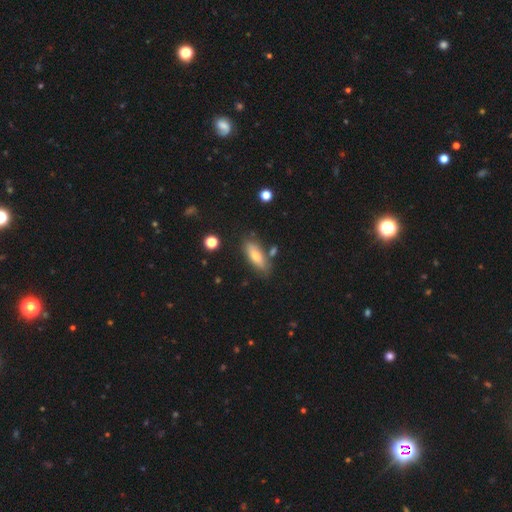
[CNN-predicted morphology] A smooth galaxy with no disk features (68%) that is in between round and cigar-shaped (66%). Merging: none (77%).